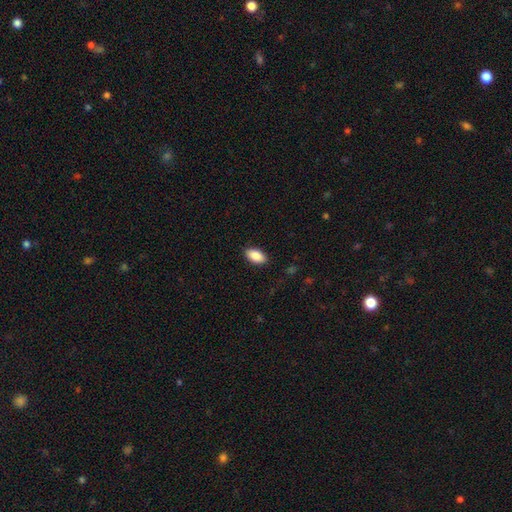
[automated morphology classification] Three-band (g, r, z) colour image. It shows a smooth galaxy with no disk features (89%) that is in between round and cigar-shaped (94%). Merging: none (89%).